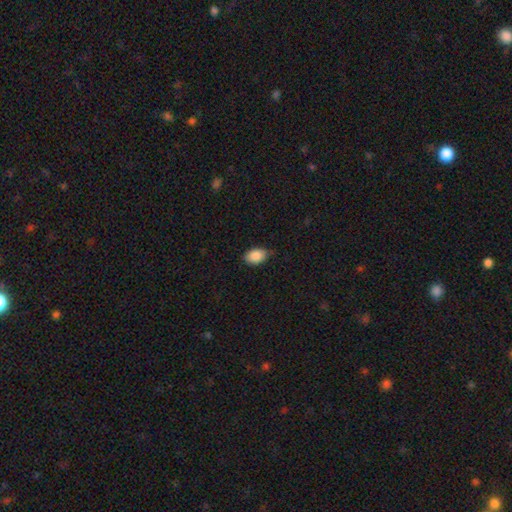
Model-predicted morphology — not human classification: Overall: smooth (88%). How rounded: in between (84%). Merging: none (75%).